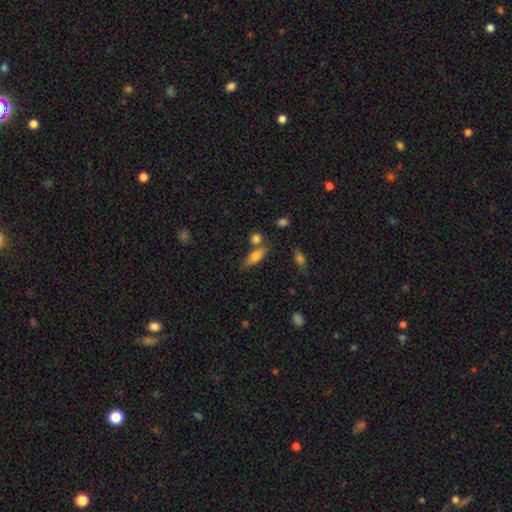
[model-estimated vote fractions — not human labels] The model was most divided on "merging": none: 56%, merger: 23%, minor disturbance: 16%, major disturbance: 6%. More confident: smooth or featured — smooth (80%); how rounded — in between (70%).